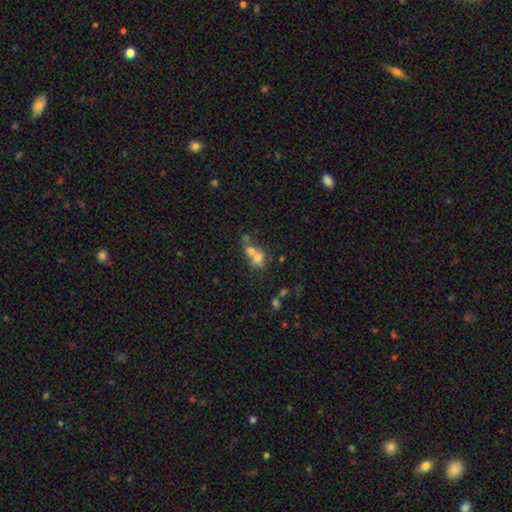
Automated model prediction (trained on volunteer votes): This is likely a smooth galaxy (61%). How rounded: possibly round (56%). Merging: likely merger (64%).